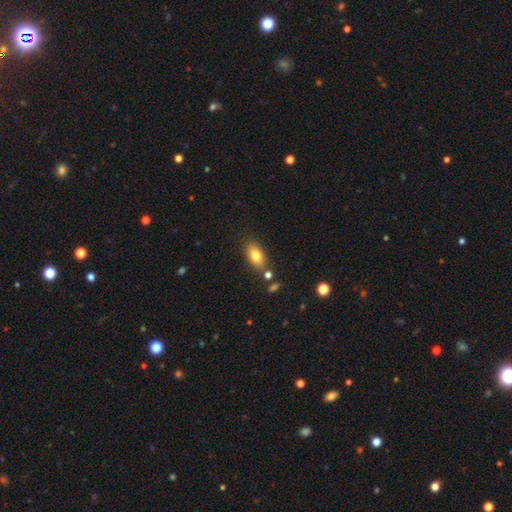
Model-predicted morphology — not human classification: This appears to be a smooth galaxy with no disk features (79%) that is in between round and cigar-shaped (87%). Merging: none (78%).